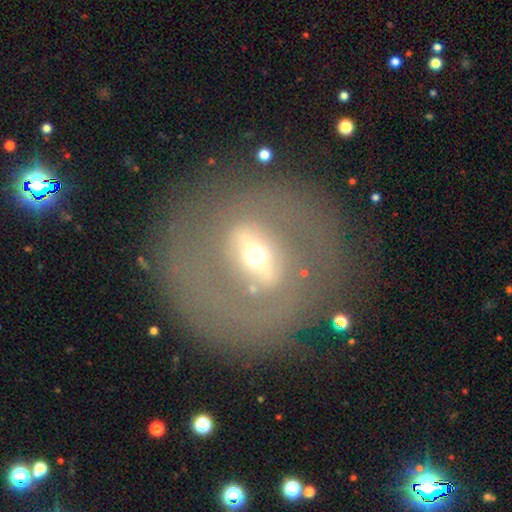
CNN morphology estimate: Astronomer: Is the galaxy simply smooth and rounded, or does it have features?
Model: featured or disk — 72%.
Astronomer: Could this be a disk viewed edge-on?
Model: no — 81%.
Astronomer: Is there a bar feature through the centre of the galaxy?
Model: strong — 60%.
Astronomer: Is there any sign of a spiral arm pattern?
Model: no — 76%.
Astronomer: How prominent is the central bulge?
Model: moderate — 53% (runner-up: small, 40%).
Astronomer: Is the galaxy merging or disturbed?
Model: none — 80%.